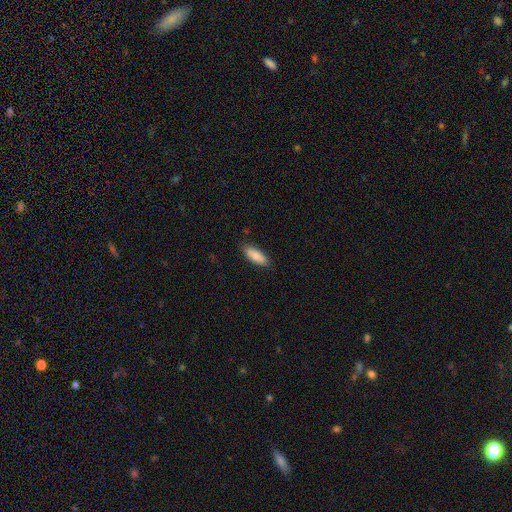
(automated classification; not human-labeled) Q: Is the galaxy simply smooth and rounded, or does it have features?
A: smooth — 85%.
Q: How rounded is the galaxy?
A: in between — 70%.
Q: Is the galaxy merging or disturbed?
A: none — 85%.